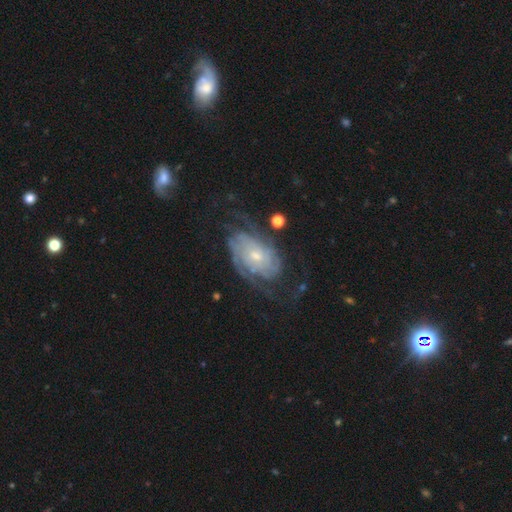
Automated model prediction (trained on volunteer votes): Smooth or featured? Predicted: featured or disk (p=0.87). Edge-on disk? Predicted: no (p=0.96). Bar? Predicted: no (p=0.73). Spiral arms? Predicted: yes (p=0.96). Spiral winding? Predicted: tight (p=0.61). Spiral arm count? Predicted: 2 (p=0.31, tied with can't tell). Bulge size? Predicted: small (p=0.60). Merging? Predicted: none (p=0.63).